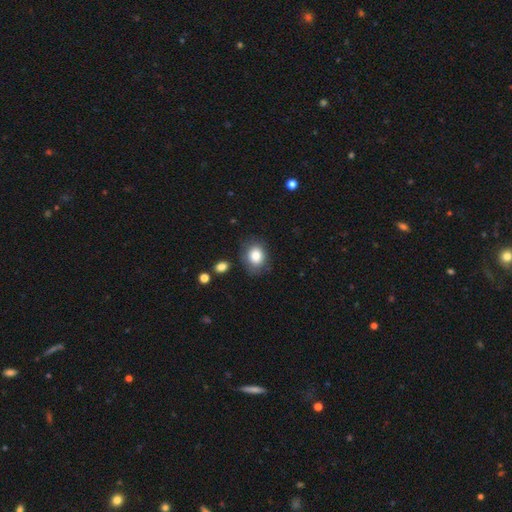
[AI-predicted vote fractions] Morphology: type=smooth (83%); roundness=round (51%); merging=none (74%).